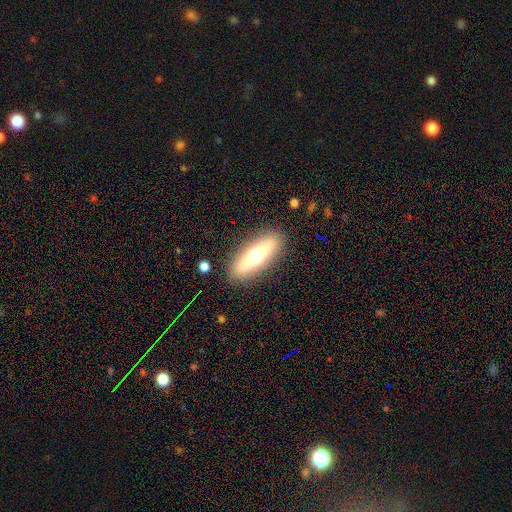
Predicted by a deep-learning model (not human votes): Smooth or featured? Predicted: featured or disk (p=0.53). Edge-on disk? Predicted: yes (p=0.84). Merging? Predicted: none (p=0.87).